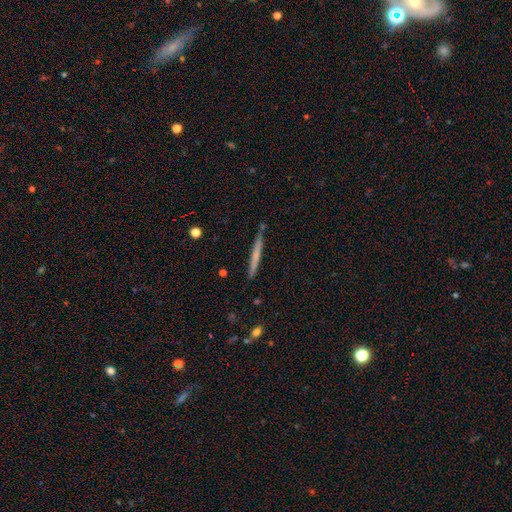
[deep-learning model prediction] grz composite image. It shows a smooth galaxy with no disk features (56%) that is cigar-shaped (97%). Merging: none (85%).